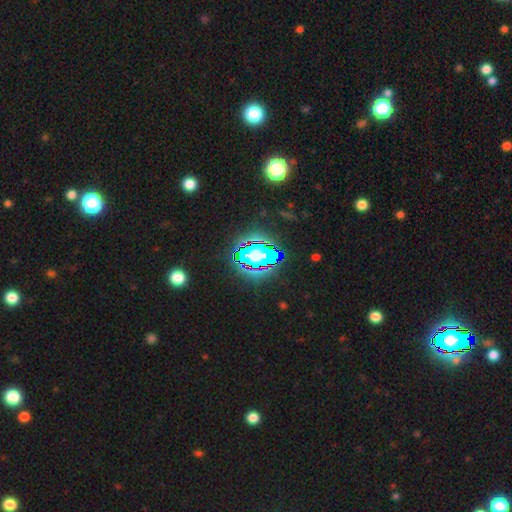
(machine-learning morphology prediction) The model was most divided on "smooth or featured": star or artifact: 61%, smooth: 23%, featured or disk: 16%.